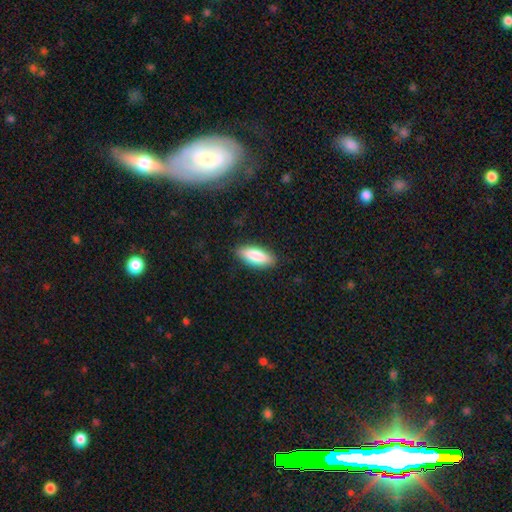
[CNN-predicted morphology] This is clearly a smooth galaxy (85%). How rounded: likely in between (74%). Merging: clearly none (87%).